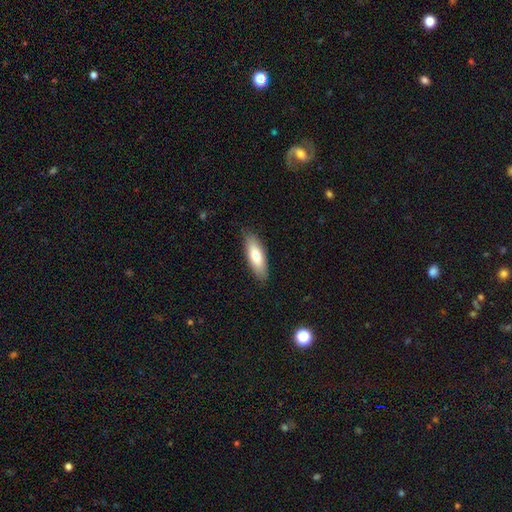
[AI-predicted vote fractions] A smooth galaxy with no disk features (78%) that is in between round and cigar-shaped (56%). Merging: none (87%).